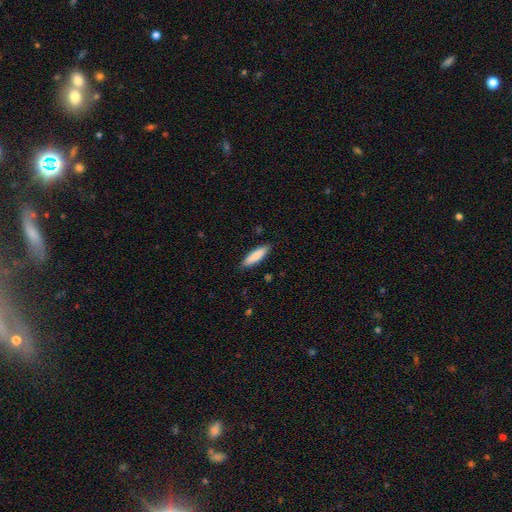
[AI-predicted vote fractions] This appears to be a smooth galaxy with no disk features (84%) that is cigar-shaped (63%). Merging: none (87%).